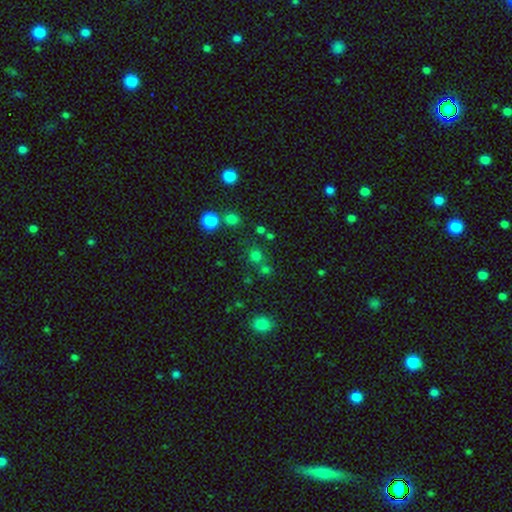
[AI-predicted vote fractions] This is likely a smooth galaxy (70%). How rounded: clearly round (86%). Merging: likely none (68%).